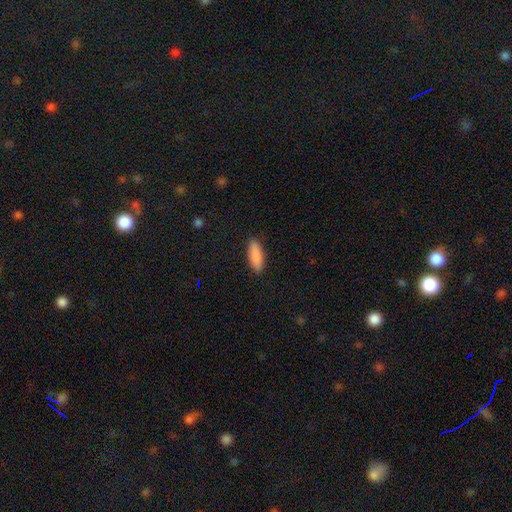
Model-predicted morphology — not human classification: Smooth or featured: smooth — 90% (star or artifact — 6%)
How rounded: in between — 62% (cigar-shaped — 36%)
Merging: none — 90% (minor disturbance — 8%)